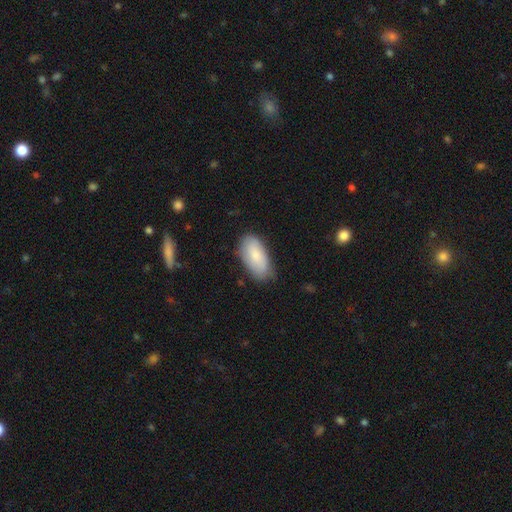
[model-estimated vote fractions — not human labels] Morphology: type=smooth (80%); roundness=in between (93%); merging=none (71%).